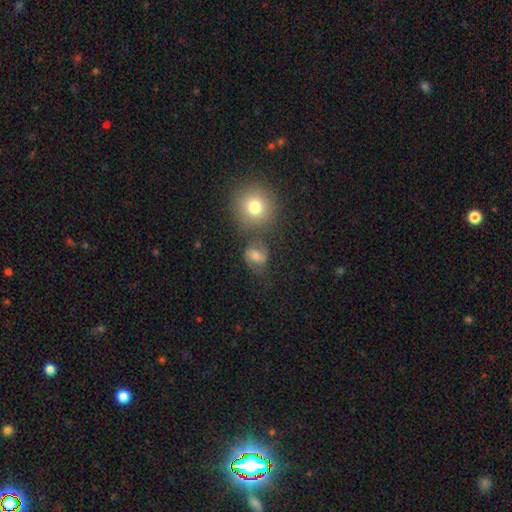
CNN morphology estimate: The model was most divided on "smooth or featured": smooth: 54%, featured or disk: 31%, star or artifact: 15%. More confident: how rounded — round (63%); merging — none (58%).